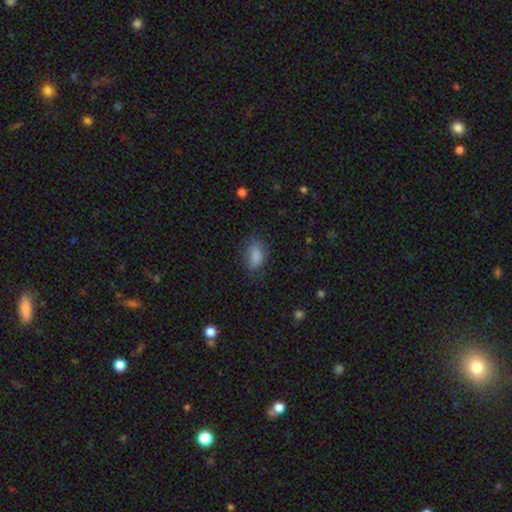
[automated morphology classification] Q: Smooth or featured?
A: smooth (85%); runner-up: star or artifact (8%)
Q: How rounded?
A: in between (87%); runner-up: round (10%)
Q: Merging?
A: none (71%); runner-up: minor disturbance (21%)